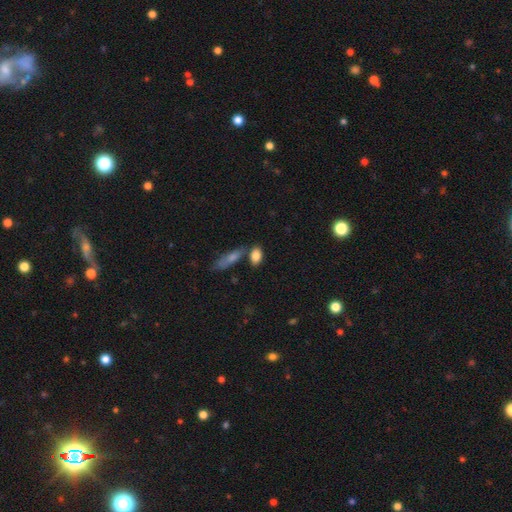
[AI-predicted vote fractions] Smooth or featured: smooth — 84% (featured or disk — 8%)
How rounded: in between — 84% (round — 9%)
Merging: none — 63% (merger — 20%)